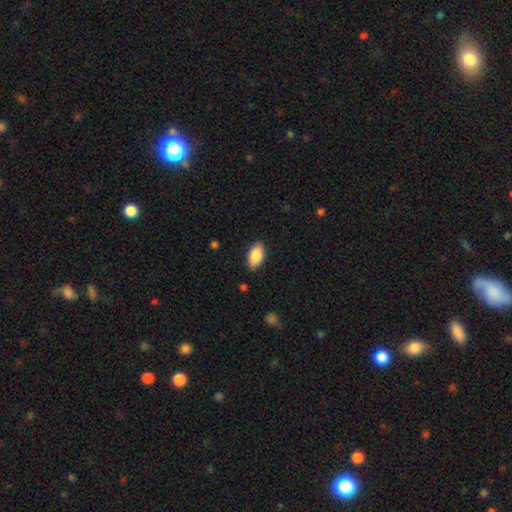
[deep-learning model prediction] A smooth galaxy with no disk features (87%) that is in between round and cigar-shaped (94%). Merging: none (87%).